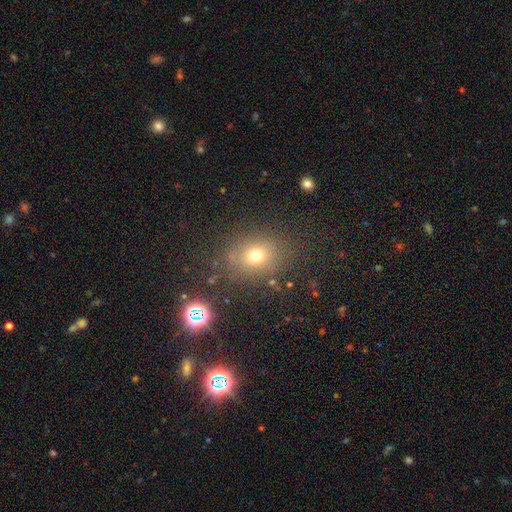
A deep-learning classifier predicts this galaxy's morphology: Smooth or featured? Predicted: smooth (p=0.69). How rounded? Predicted: round (p=0.54). Merging? Predicted: none (p=0.80).